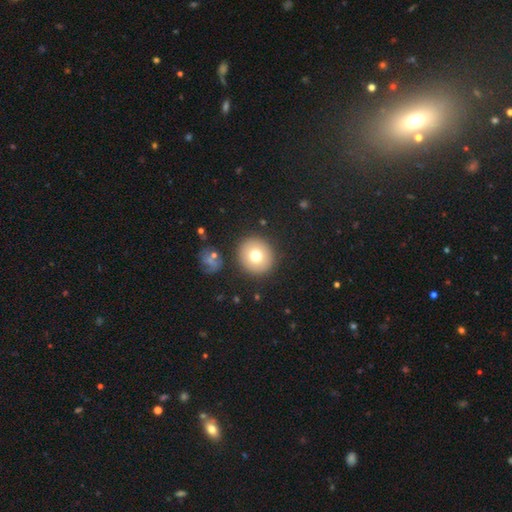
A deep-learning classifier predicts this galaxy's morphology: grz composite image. It shows a smooth galaxy with no disk features (74%) that is round (91%). Merging: none (89%).